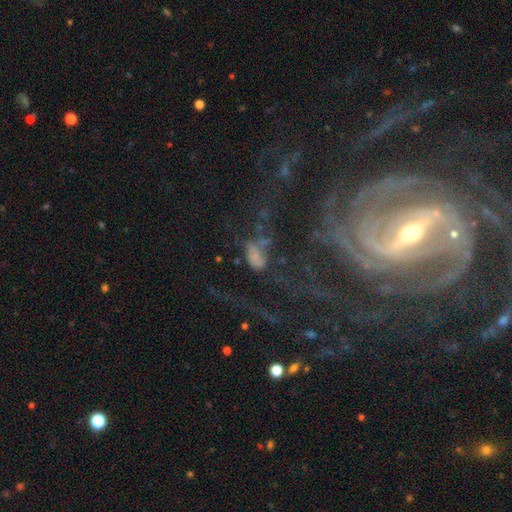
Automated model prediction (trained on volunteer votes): Smooth or featured? Predicted: smooth (p=0.44). Merging? Predicted: major disturbance (p=0.38).